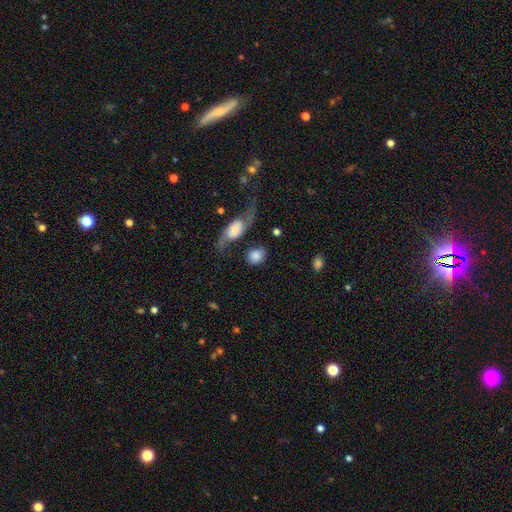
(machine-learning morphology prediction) A smooth galaxy with no disk features (74%) that is round (50%). Merging: none (62%).